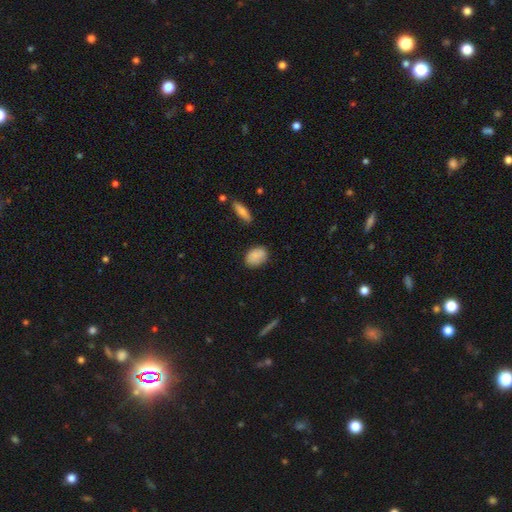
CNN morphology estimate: Smooth or featured? smooth (84%)
How rounded? in between (79%)
Merging? none (78%)